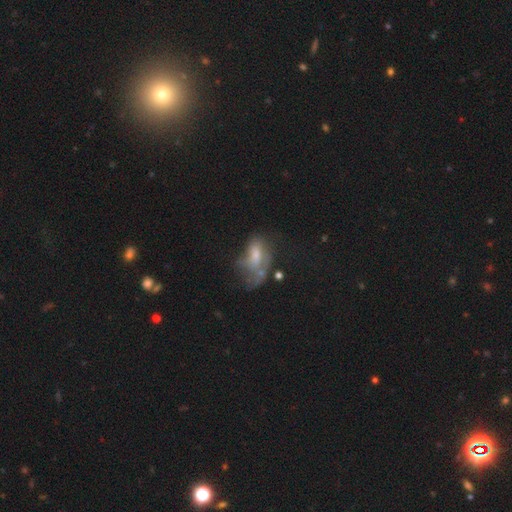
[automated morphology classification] The model was most divided on "smooth or featured": smooth: 48%, featured or disk: 41%, star or artifact: 12%. Remaining: merging — major disturbance (44%).